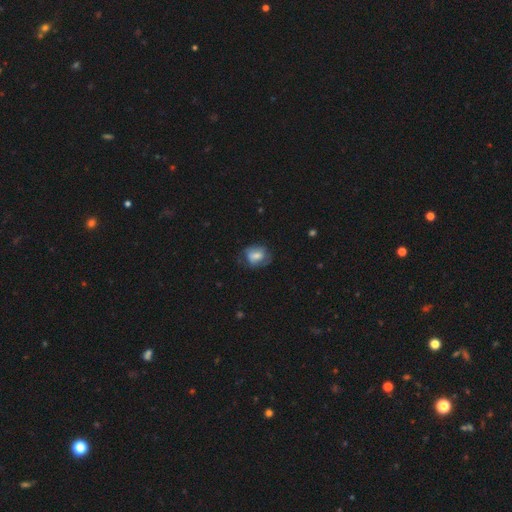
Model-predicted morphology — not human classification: Smooth or featured? smooth (64%)
How rounded? in between (53%)
Merging? none (58%)